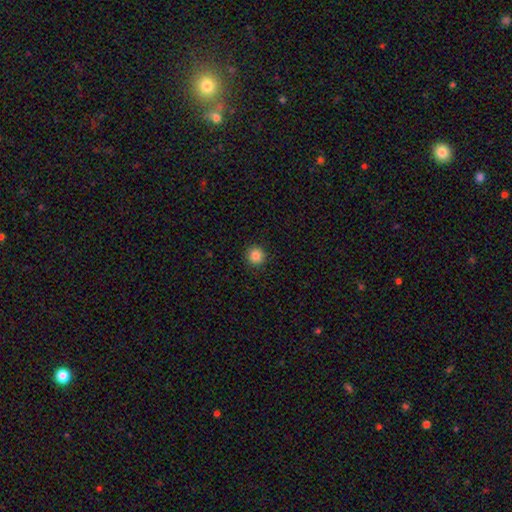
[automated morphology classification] smooth-or-featured: smooth: 85% | star or artifact: 11% | featured or disk: 4%
  how-rounded: round: 95% | in between: 4% | cigar-shaped: 1%
  merging: none: 93% | minor disturbance: 5% | major disturbance: 2% | merger: 1%